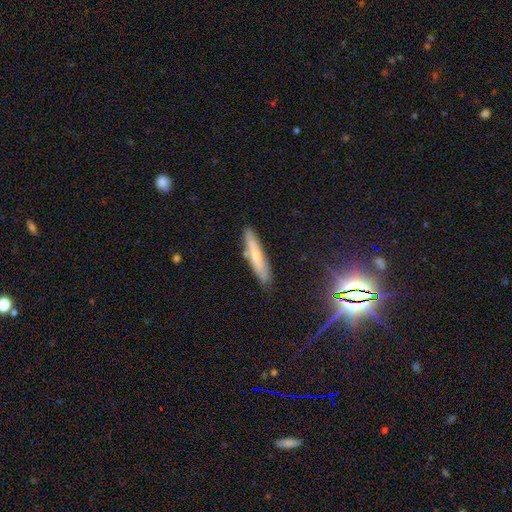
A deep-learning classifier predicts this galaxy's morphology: smooth 51%, featured or disk 40%, star or artifact 9%. Down the decision tree: how rounded — cigar-shaped (86%); merging — none (79%).